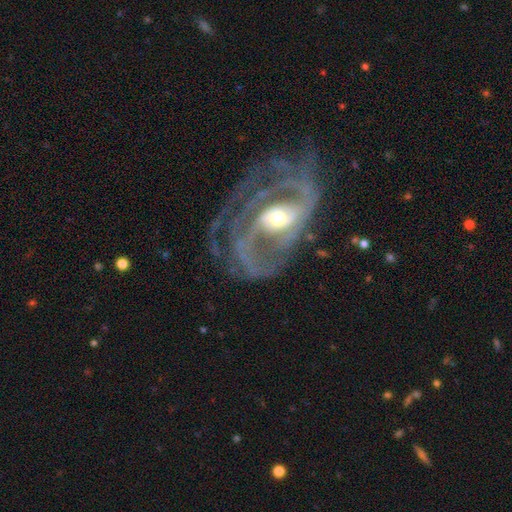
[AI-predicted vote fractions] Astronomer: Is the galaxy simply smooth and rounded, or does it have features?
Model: featured or disk — 88%.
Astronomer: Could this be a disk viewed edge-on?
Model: no — 97%.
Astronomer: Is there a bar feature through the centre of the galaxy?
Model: no — 40% (runner-up: weak, 34%).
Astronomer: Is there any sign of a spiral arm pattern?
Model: yes — 93%.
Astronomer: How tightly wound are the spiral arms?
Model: medium — 45% (runner-up: tight, 34%).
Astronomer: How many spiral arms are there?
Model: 2 — 45%.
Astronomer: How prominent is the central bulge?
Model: moderate — 60%.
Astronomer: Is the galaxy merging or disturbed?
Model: none — 47% (runner-up: major disturbance, 31%).